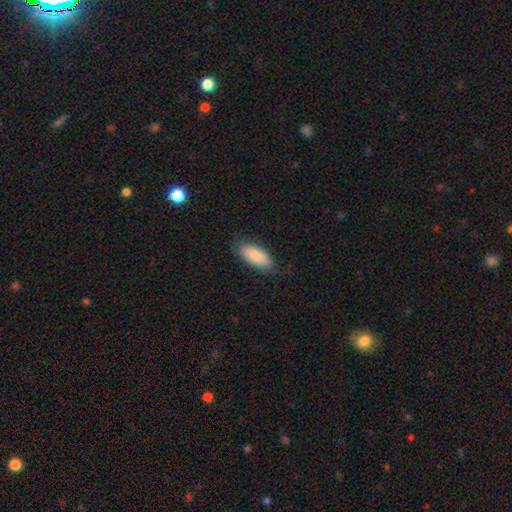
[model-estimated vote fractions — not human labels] smooth-or-featured: smooth: 84% | featured or disk: 10% | star or artifact: 6%
  how-rounded: in between: 87% | cigar-shaped: 11% | round: 2%
  merging: none: 78% | minor disturbance: 17% | major disturbance: 4% | merger: 1%